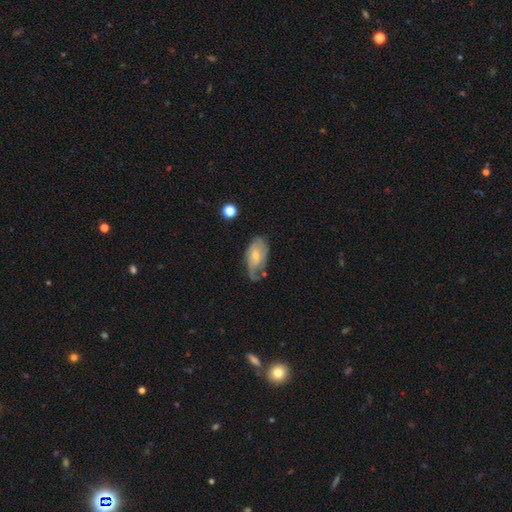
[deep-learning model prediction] Morphology: type=featured or disk (69%); edge-on=no (94%); bar=no (56%); spiral arms=yes (85%); winding=medium (40%); arm count=2 (37%); bulge=small (55%); merging=none (45%).